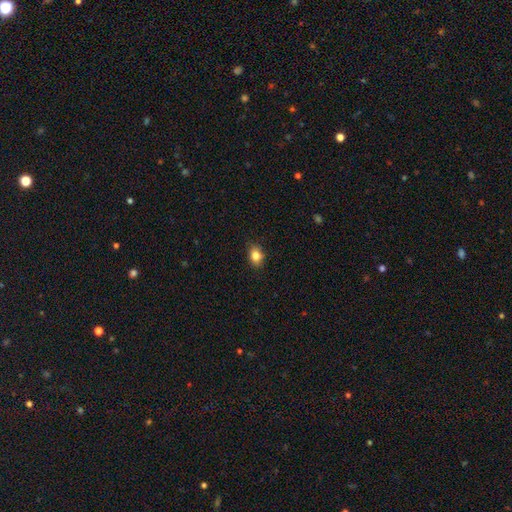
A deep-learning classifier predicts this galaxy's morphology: Smooth or featured: smooth — 84% (star or artifact — 10%)
How rounded: in between — 64% (round — 34%)
Merging: none — 85% (minor disturbance — 12%)